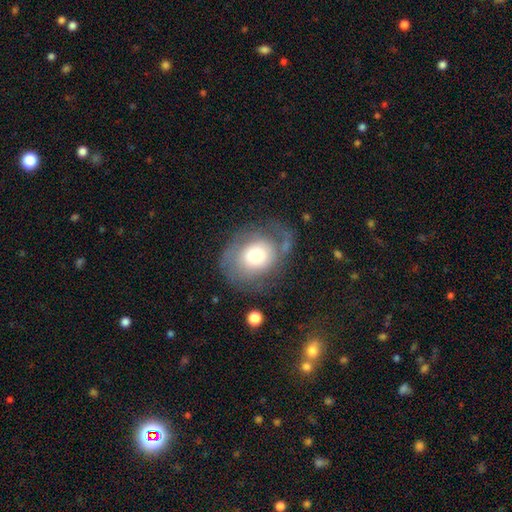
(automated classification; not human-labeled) A smooth galaxy with no disk features (51%) that is round (52%).

Vote fractions:
- Smooth or featured? smooth: 51% / featured or disk: 41% / star or artifact: 8%
- How rounded? round: 52% / in between: 47% / cigar-shaped: 1%
- Merging? none: 49% / minor disturbance: 23% / major disturbance: 23% / merger: 4%